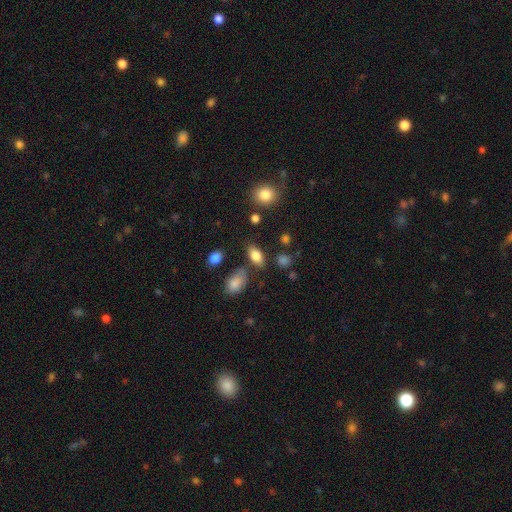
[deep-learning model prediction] Smooth or featured? Predicted: smooth (p=0.82). How rounded? Predicted: in between (p=0.90). Merging? Predicted: none (p=0.74).